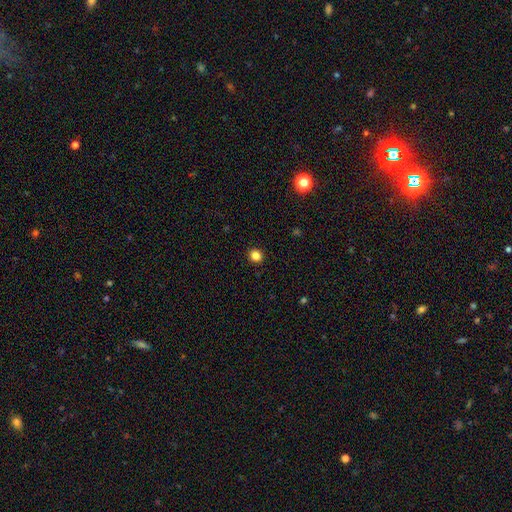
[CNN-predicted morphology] This appears to be a smooth galaxy with no disk features (84%) that is round (88%). Merging: none (93%).